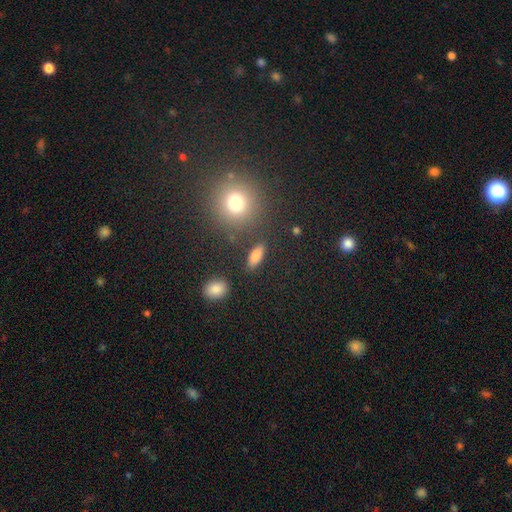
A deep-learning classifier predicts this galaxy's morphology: Smooth or featured? smooth (82%)
How rounded? in between (70%)
Merging? none (84%)